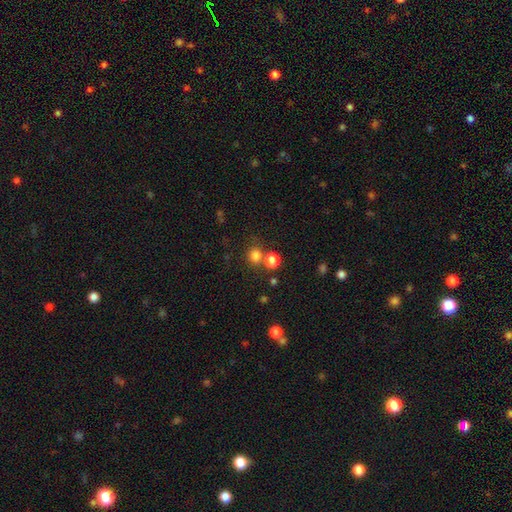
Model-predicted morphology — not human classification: smooth_or_featured: smooth (p=0.79) [alt: star or artifact p=0.16]
how_rounded: round (p=0.86) [alt: in between p=0.13]
merging: none (p=0.68) [alt: merger p=0.21]